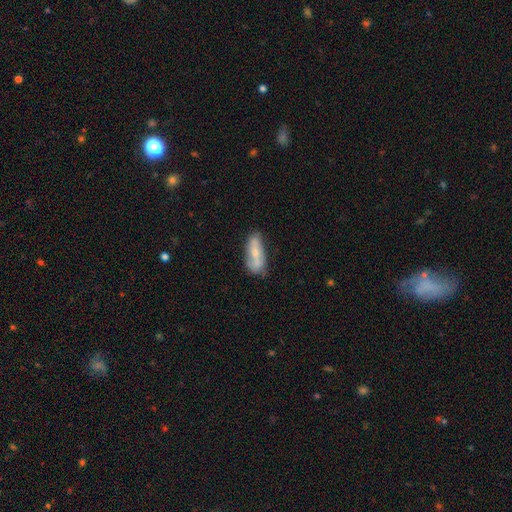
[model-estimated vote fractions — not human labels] Smooth or featured? smooth (50%)
Merging? none (64%)